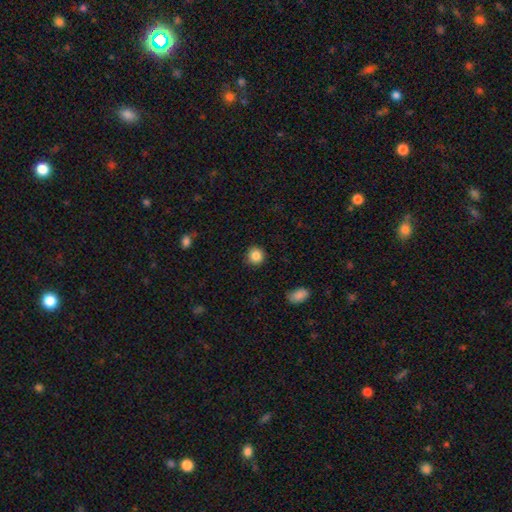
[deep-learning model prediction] Overall: smooth (86%). How rounded: round (92%). Merging: none (90%).